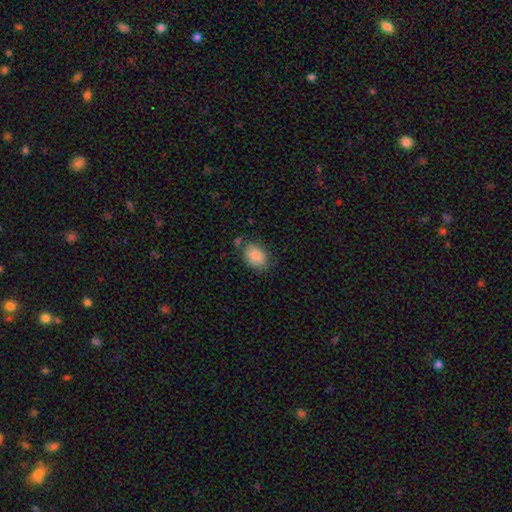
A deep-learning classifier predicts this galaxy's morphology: Smooth or featured: smooth — 87% (star or artifact — 7%)
How rounded: in between — 80% (round — 18%)
Merging: none — 71% (minor disturbance — 18%)